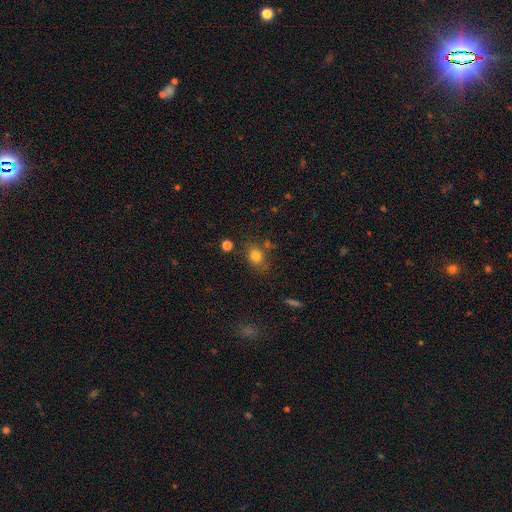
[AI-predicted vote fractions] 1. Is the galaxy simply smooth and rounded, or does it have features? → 79% smooth, 13% star or artifact, 9% featured or disk.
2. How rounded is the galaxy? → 54% in between, 44% round, 2% cigar-shaped.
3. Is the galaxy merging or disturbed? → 72% none, 16% minor disturbance, 7% merger, 5% major disturbance.